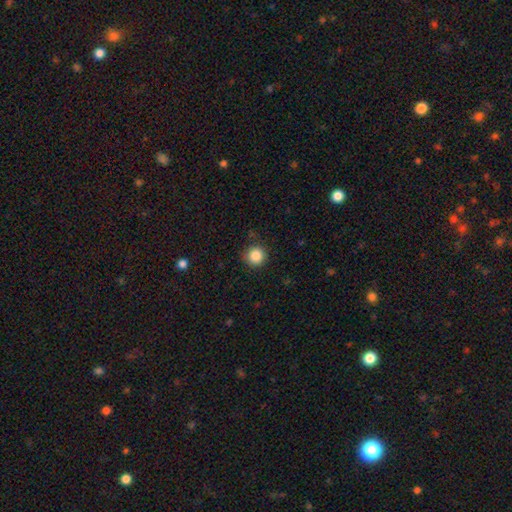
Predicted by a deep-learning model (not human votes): Overall: smooth (86%). How rounded: round (95%). Merging: none (87%).